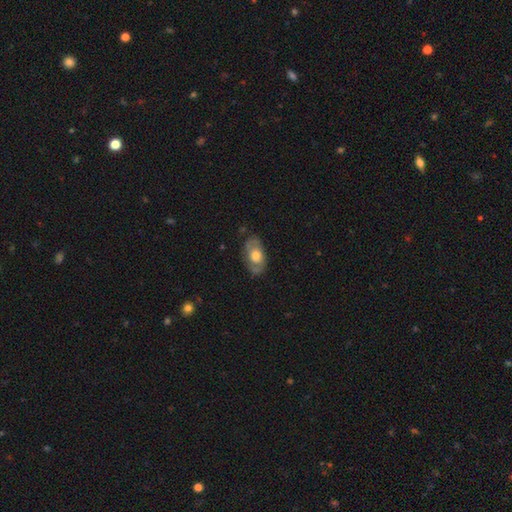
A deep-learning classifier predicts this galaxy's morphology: Smooth or featured? Predicted: smooth (p=0.48). Merging? Predicted: none (p=0.73).